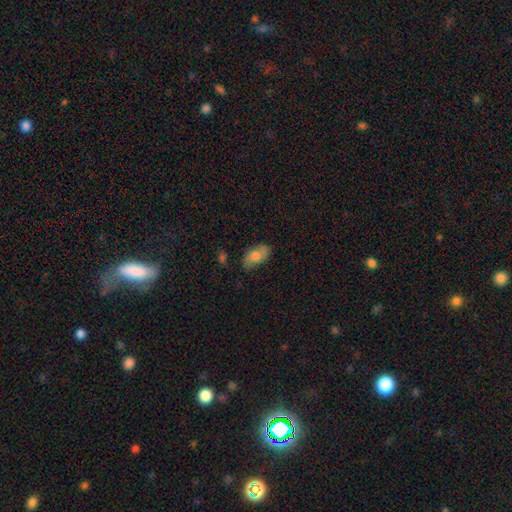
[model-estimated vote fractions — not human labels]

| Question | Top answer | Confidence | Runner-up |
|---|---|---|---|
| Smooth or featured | smooth | 71% | featured or disk (21%) |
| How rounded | in between | 91% | round (5%) |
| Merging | none | 74% | minor disturbance (20%) |